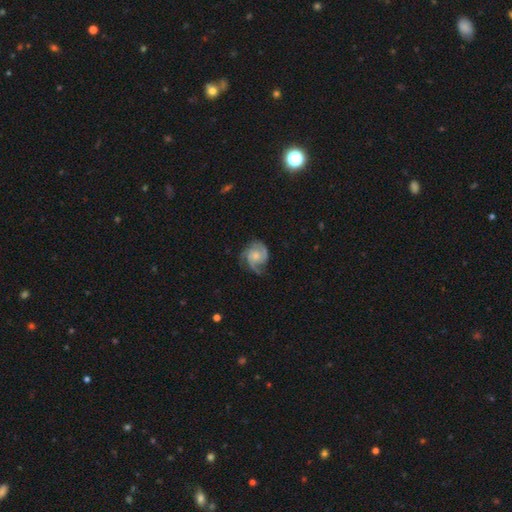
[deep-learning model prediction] featured or disk 79%, smooth 15%, star or artifact 6%. Down the decision tree: edge-on disk — no (98%); bar — no (75%); spiral arms — yes (96%); spiral arm count — 2 (42%); spiral winding — medium (44%); bulge size — small (44%); merging — none (61%).